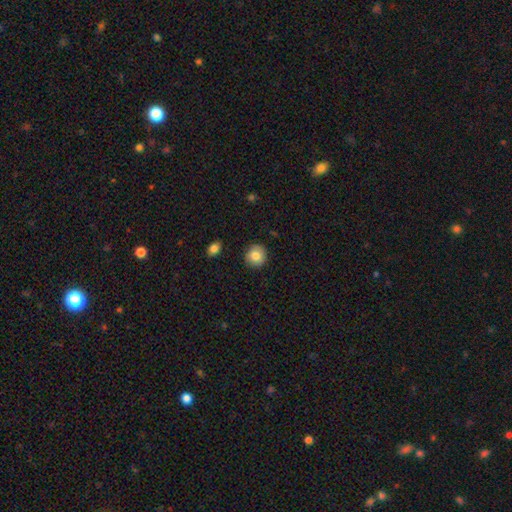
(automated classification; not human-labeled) A smooth galaxy with no disk features (80%) that is round (91%).

Vote fractions:
- Smooth or featured? smooth: 80% / featured or disk: 12% / star or artifact: 8%
- How rounded? round: 91% / in between: 8% / cigar-shaped: 1%
- Merging? none: 88% / minor disturbance: 9% / major disturbance: 2% / merger: 1%